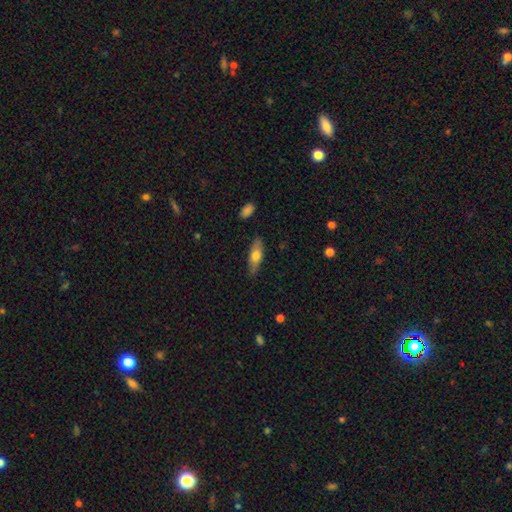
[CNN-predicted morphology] Overall: smooth (65%; featured or disk 29%). How rounded: in between (56%; cigar-shaped 42%). Merging: none (83%).